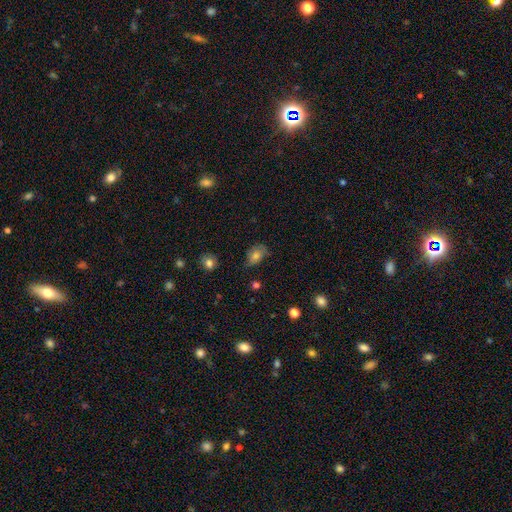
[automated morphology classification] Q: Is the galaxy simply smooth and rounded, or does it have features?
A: smooth — 66%.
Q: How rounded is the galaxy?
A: in between — 78%.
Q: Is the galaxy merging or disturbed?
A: none — 57%.